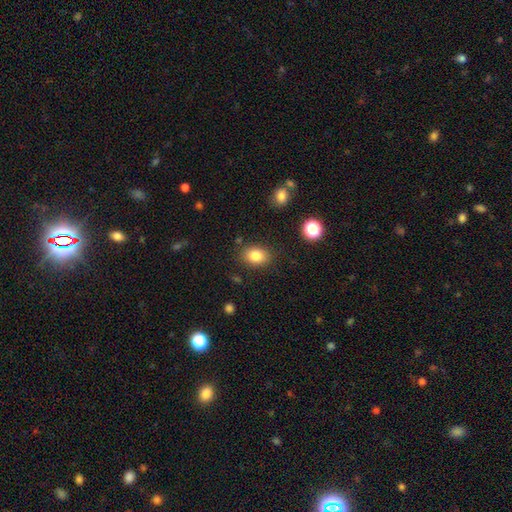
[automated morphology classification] Q: Smooth or featured?
A: smooth (83%); runner-up: star or artifact (10%)
Q: How rounded?
A: in between (72%); runner-up: round (27%)
Q: Merging?
A: none (83%); runner-up: minor disturbance (11%)